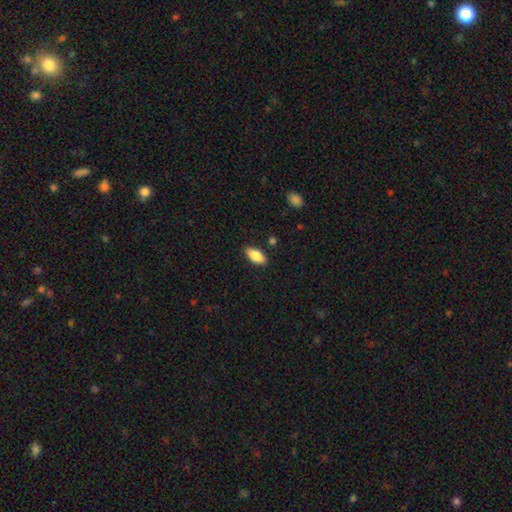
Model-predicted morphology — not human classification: Q: Smooth or featured?
A: smooth (83%); runner-up: featured or disk (10%)
Q: How rounded?
A: in between (90%); runner-up: cigar-shaped (8%)
Q: Merging?
A: none (86%); runner-up: minor disturbance (10%)